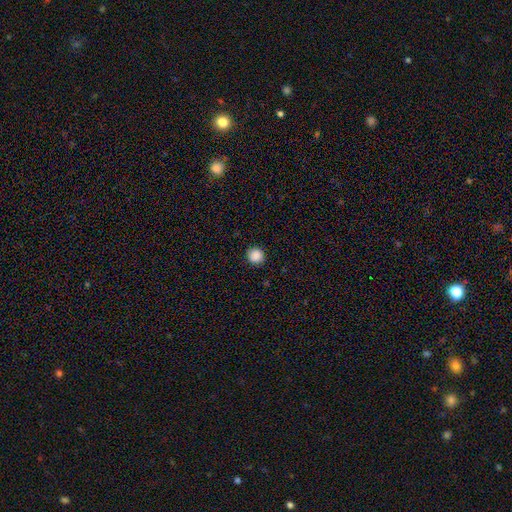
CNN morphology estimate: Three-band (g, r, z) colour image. It shows a smooth galaxy with no disk features (88%) that is round (92%). Merging: none (91%).